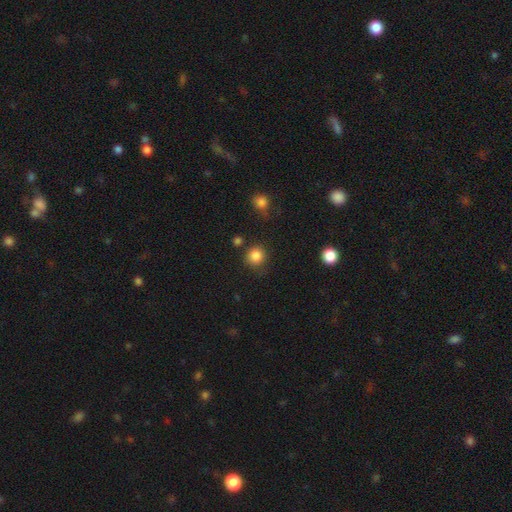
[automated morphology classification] Smooth or featured?
  - smooth: 85% *
  - star or artifact: 11%
  - featured or disk: 4%
How rounded?
  - round: 91% *
  - in between: 8%
  - cigar-shaped: 1%
Merging?
  - none: 82% *
  - minor disturbance: 11%
  - merger: 4%
  - major disturbance: 4%